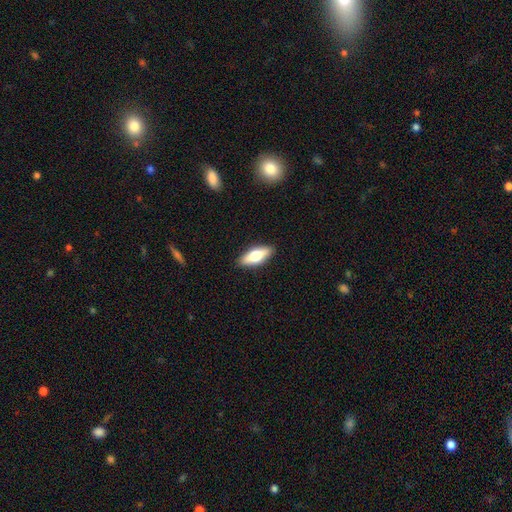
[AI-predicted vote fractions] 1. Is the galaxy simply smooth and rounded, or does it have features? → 57% smooth, 36% featured or disk, 6% star or artifact.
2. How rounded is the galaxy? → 67% in between, 30% cigar-shaped, 3% round.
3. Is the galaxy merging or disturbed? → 89% none, 8% minor disturbance, 2% major disturbance, 1% merger.